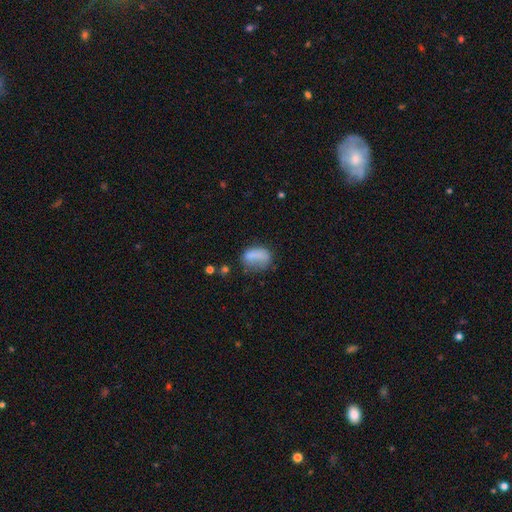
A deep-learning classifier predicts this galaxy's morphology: A smooth galaxy with no disk features (76%) that is in between round and cigar-shaped (80%). Merging: none (42%).